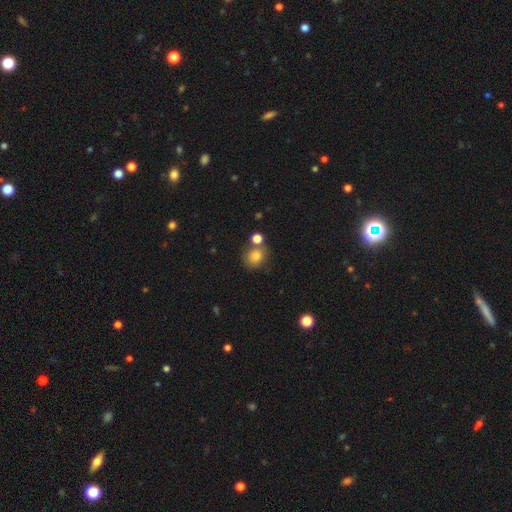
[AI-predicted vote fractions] A smooth galaxy with no disk features (82%) that is round (81%).

Vote fractions:
- Smooth or featured? smooth: 82% / star or artifact: 11% / featured or disk: 7%
- How rounded? round: 81% / in between: 18% / cigar-shaped: 1%
- Merging? none: 62% / merger: 22% / minor disturbance: 12% / major disturbance: 5%